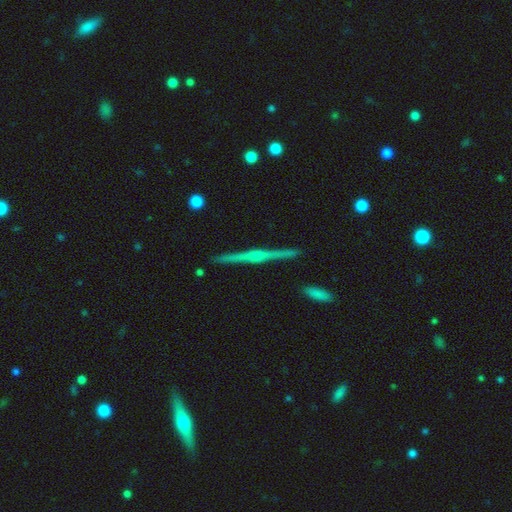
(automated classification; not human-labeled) A featured or disk galaxy (76%) viewed edge-on (98%) with a rounded central bulge (48%). Merging: none (91%).